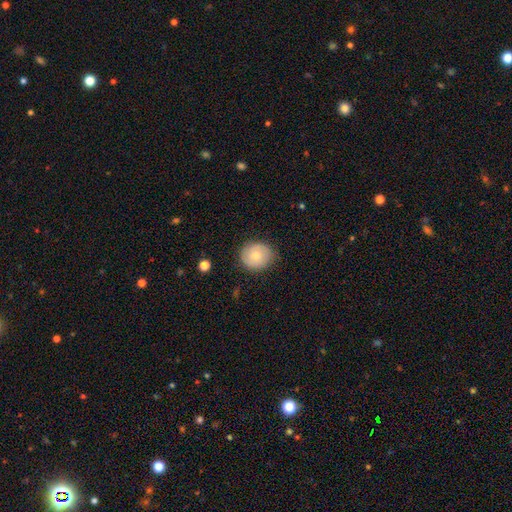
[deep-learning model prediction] smooth_or_featured: smooth (p=0.69) [alt: featured or disk p=0.24]
how_rounded: round (p=0.81) [alt: in between p=0.18]
merging: none (p=0.82) [alt: minor disturbance p=0.14]